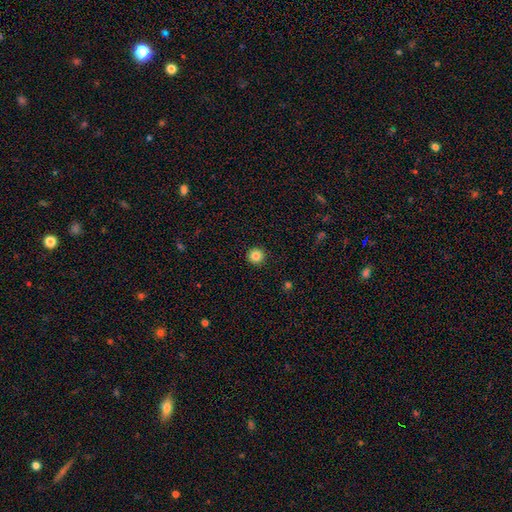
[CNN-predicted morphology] Overall: smooth (85%). How rounded: round (96%). Merging: none (93%).